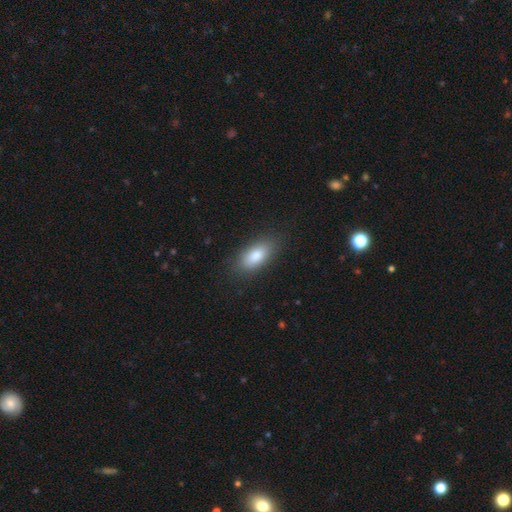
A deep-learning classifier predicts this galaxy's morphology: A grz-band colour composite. It shows a smooth galaxy with no disk features (83%) that is in between round and cigar-shaped (87%). Merging: none (84%).